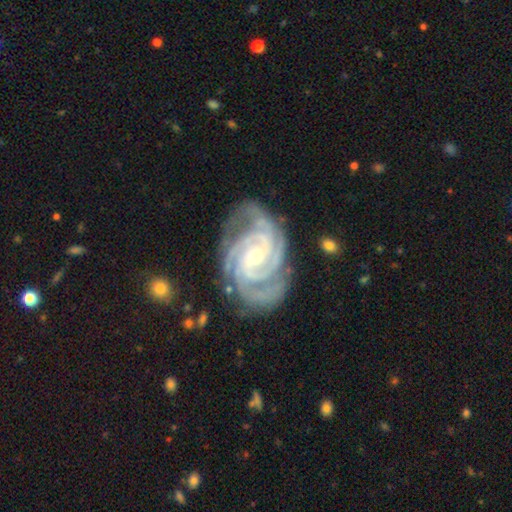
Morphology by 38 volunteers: This appears to be a featured or disk galaxy (97%) with a weak bar (38%), 4 (59%) tight (65%) spiral arms (100%) and a small central bulge (65%). Merging: none (61%).